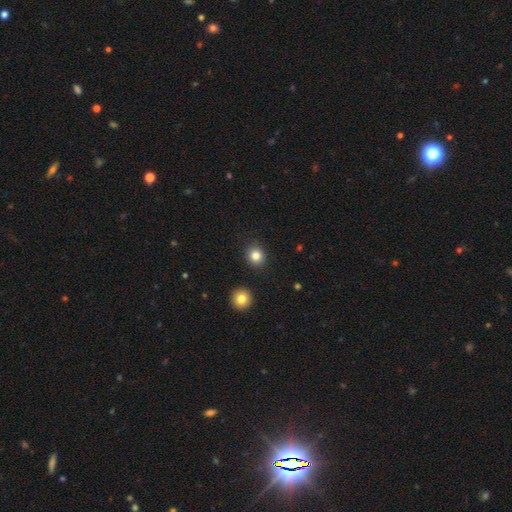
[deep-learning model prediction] Smooth or featured? Predicted: smooth (p=0.83). How rounded? Predicted: round (p=0.85). Merging? Predicted: none (p=0.88).